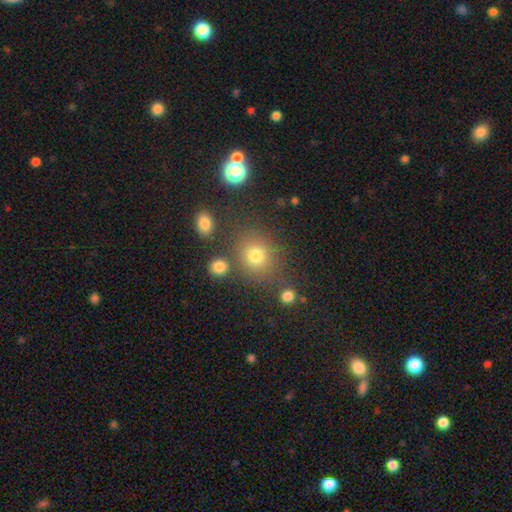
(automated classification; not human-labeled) Q: Smooth or featured?
A: smooth (75%); runner-up: star or artifact (17%)
Q: How rounded?
A: round (78%); runner-up: in between (20%)
Q: Merging?
A: none (76%); runner-up: minor disturbance (11%)